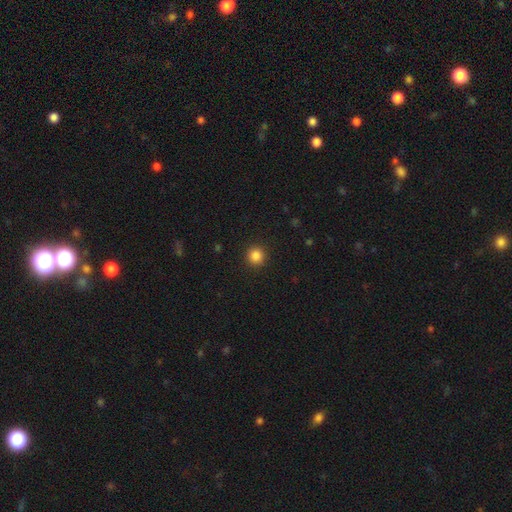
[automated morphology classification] Smooth or featured? smooth (85%)
How rounded? round (94%)
Merging? none (92%)